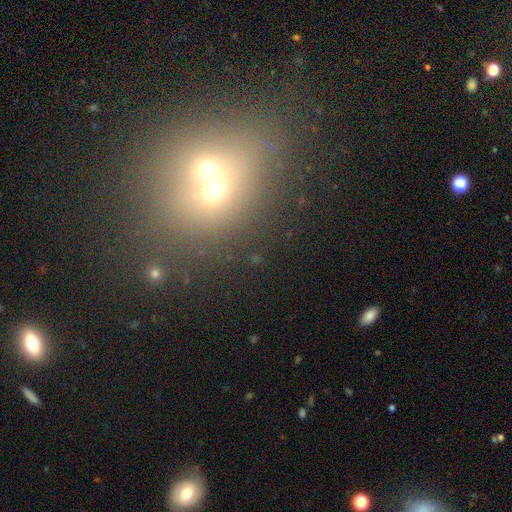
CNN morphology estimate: Smooth or featured? smooth (46%)
Merging? merger (55%)